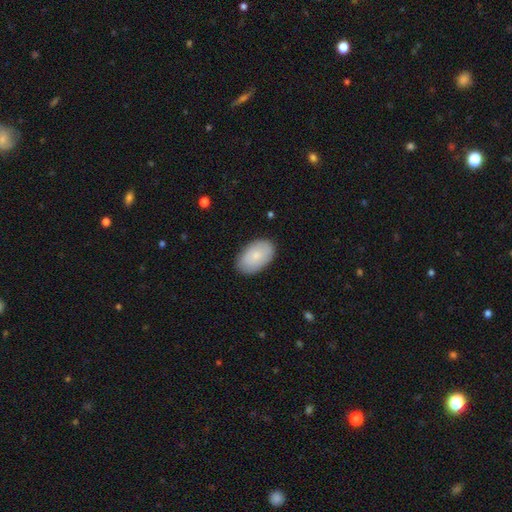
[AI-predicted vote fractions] Morphology: type=smooth (79%); roundness=in between (92%); merging=none (86%).